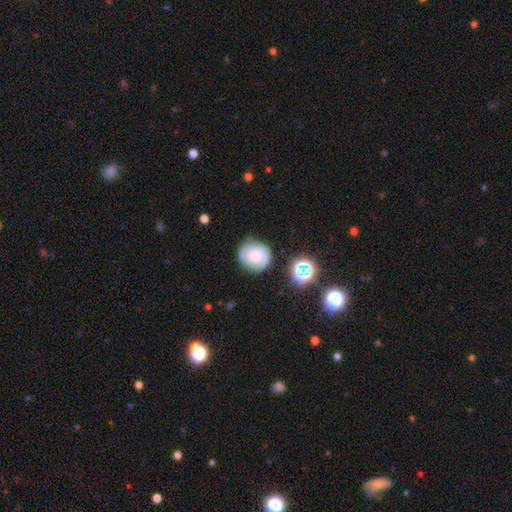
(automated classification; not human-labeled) This is likely a featured or disk galaxy (60%). It is clearly not viewed edge-on (98%). Bar: likely no (67%). Spiral arm pattern: clearly yes (92%). Spiral arm count: possibly 2 (50%). Spiral winding: possibly tight (54%). Central bulge: possibly small (46%). Merging: likely none (76%).